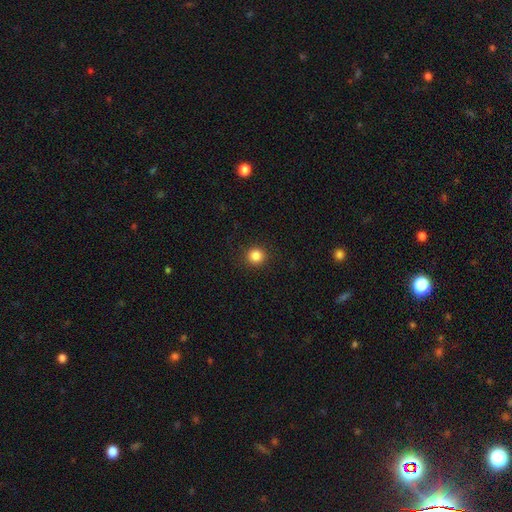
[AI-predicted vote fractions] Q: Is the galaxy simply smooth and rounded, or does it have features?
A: smooth — 85%.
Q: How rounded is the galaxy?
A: round — 93%.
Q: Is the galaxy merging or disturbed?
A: none — 92%.